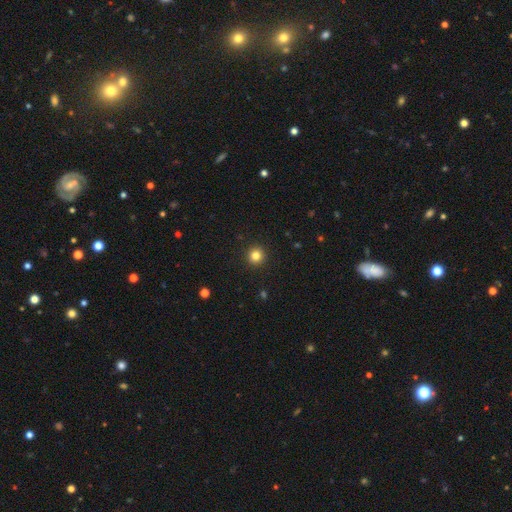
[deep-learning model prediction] The model was most divided on "smooth or featured": smooth: 83%, star or artifact: 12%, featured or disk: 5%. More confident: how rounded — round (95%); merging — none (93%).